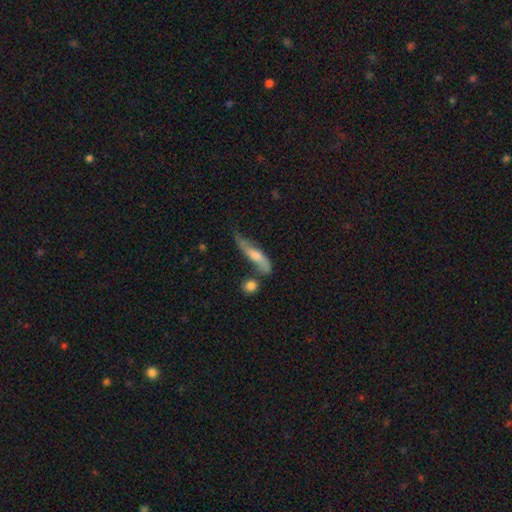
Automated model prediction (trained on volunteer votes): A featured or disk galaxy (53%).

Vote fractions:
- Smooth or featured? featured or disk: 53% / smooth: 40% / star or artifact: 7%
- Edge-on disk? no: 51% / yes: 49%
- Merging? none: 46% / minor disturbance: 27% / merger: 14% / major disturbance: 13%